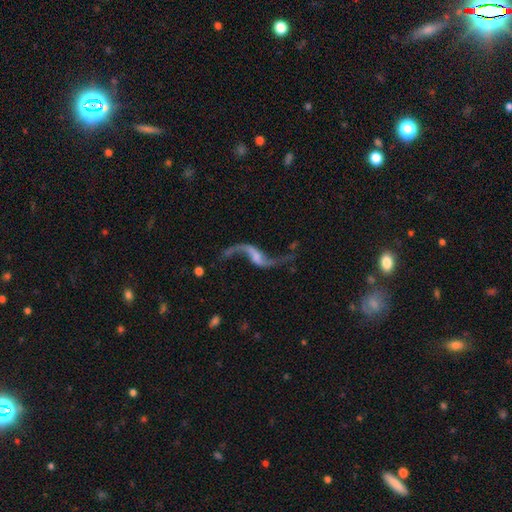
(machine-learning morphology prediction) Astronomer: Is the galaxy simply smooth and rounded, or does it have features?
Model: featured or disk — 89%.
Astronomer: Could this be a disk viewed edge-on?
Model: no — 94%.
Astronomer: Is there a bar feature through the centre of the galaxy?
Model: weak — 41% (runner-up: no, 36%).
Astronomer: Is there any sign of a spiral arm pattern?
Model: yes — 96%.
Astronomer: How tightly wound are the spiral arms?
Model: loose — 95%.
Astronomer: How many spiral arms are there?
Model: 2 — 93%.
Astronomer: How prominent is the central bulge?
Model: none — 45% (runner-up: small, 30%).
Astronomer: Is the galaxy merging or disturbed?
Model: none — 66%.